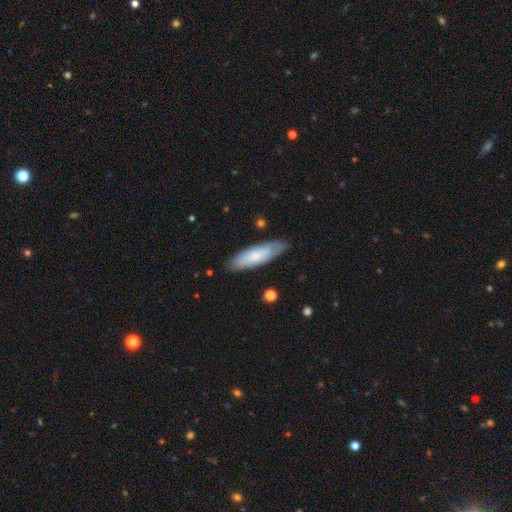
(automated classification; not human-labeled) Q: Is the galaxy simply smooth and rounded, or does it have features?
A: smooth — 67%.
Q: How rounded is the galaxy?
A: cigar-shaped — 57%.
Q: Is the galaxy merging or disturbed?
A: none — 83%.